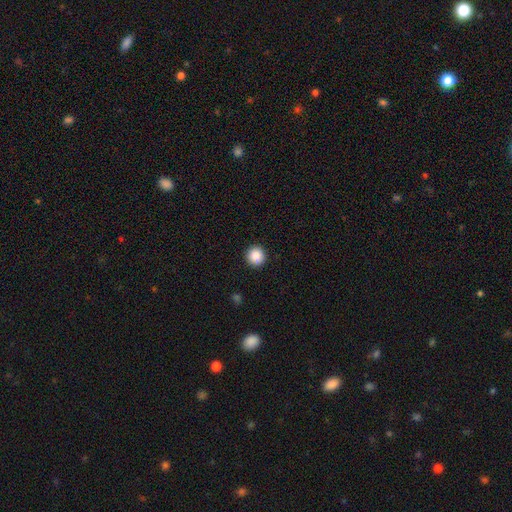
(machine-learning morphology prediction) The model was most divided on "smooth or featured": smooth: 88%, star or artifact: 9%, featured or disk: 3%. More confident: how rounded — round (95%); merging — none (93%).